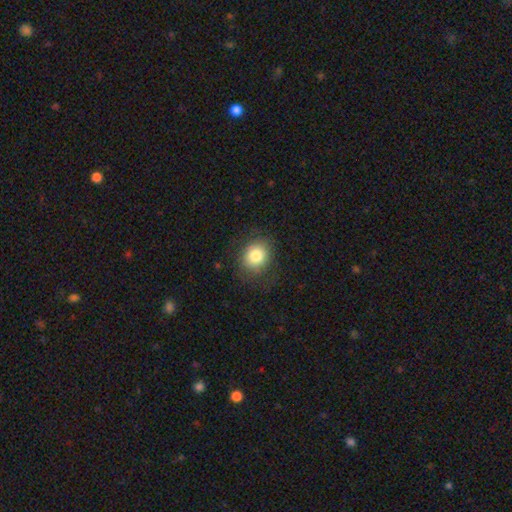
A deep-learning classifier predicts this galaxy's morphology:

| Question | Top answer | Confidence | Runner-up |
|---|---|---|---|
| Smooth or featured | smooth | 81% | star or artifact (9%) |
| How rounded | round | 66% | in between (33%) |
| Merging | none | 79% | minor disturbance (14%) |